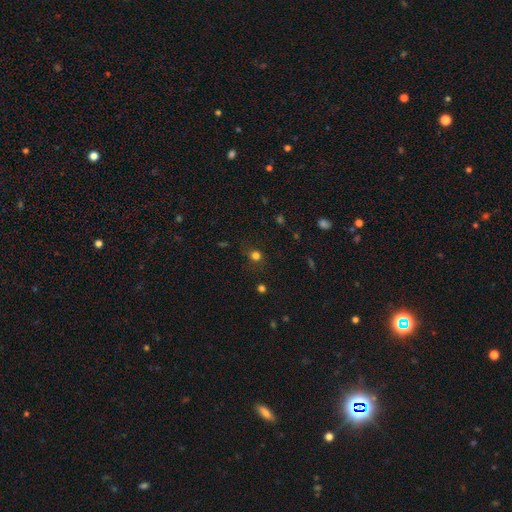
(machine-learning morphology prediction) The model was most divided on "smooth or featured": smooth: 73%, star or artifact: 21%, featured or disk: 6%. More confident: how rounded — round (84%); merging — none (79%).